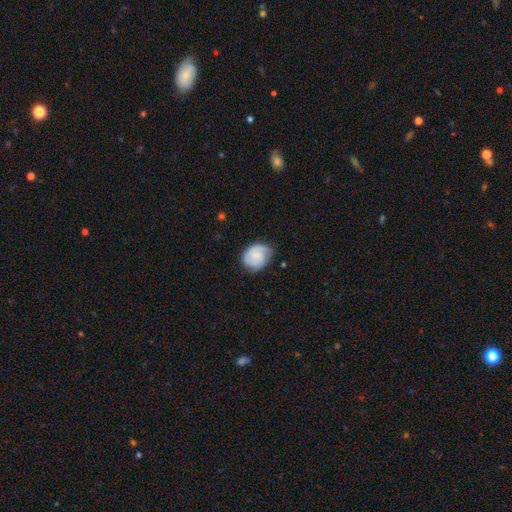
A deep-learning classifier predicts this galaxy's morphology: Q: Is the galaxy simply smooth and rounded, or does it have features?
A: featured or disk — 54%.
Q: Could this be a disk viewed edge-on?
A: no — 98%.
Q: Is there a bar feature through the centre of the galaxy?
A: no — 69%.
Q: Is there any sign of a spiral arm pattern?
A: yes — 87%.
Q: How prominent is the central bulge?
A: small — 60%.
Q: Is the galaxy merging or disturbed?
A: none — 60%.